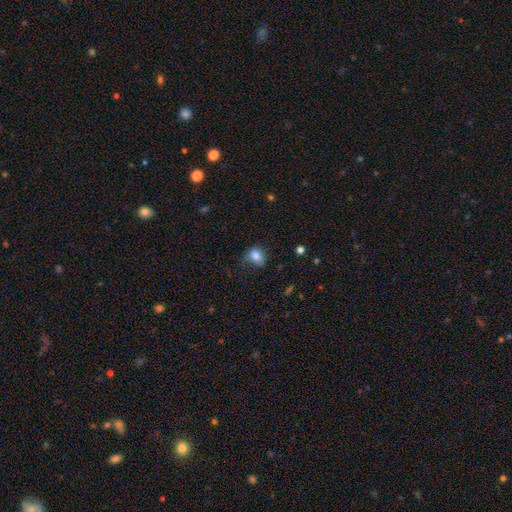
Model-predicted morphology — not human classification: The model was most divided on "merging": none: 46%, minor disturbance: 32%, major disturbance: 19%, merger: 2%. More confident: smooth or featured — smooth (81%); how rounded — in between (62%).